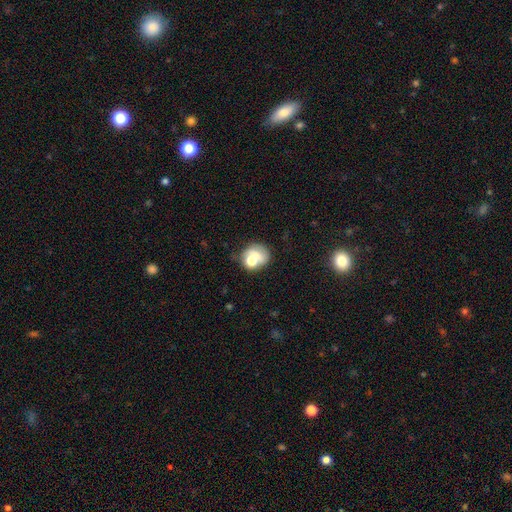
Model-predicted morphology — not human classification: Smooth or featured?
  - smooth: 60% *
  - featured or disk: 27%
  - star or artifact: 13%
How rounded?
  - round: 69% *
  - in between: 30%
  - cigar-shaped: 1%
Merging?
  - none: 40% *
  - merger: 26%
  - minor disturbance: 19%
  - major disturbance: 14%